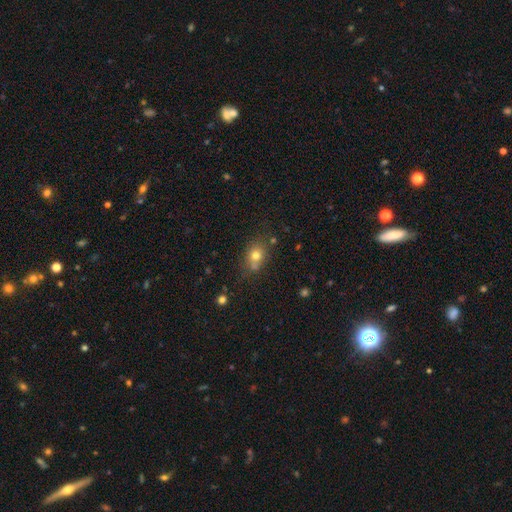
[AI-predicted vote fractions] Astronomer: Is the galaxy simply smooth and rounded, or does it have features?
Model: smooth — 73%.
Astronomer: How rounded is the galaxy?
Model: round — 54% (runner-up: in between, 44%).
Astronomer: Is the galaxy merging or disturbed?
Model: none — 63%.